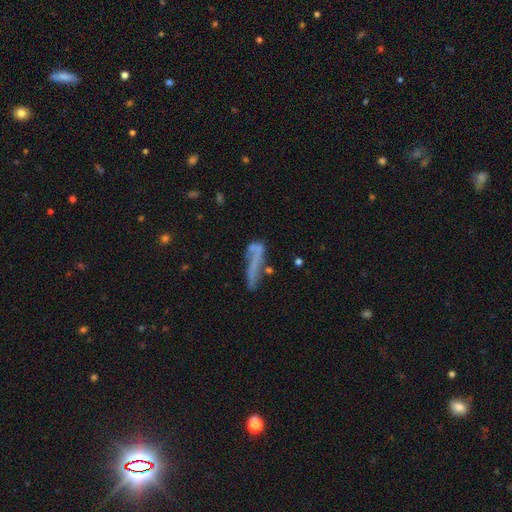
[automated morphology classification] A featured or disk galaxy (44%, tied with smooth). Merging: none (38%).